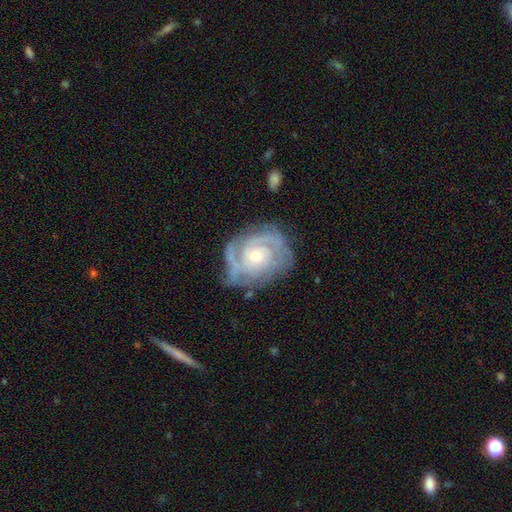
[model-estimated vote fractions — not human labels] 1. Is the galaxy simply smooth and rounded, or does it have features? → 87% featured or disk, 7% smooth, 6% star or artifact.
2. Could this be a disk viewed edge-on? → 97% no, 3% yes.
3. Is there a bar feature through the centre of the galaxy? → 75% no, 20% weak, 5% strong.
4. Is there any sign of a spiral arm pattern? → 96% yes, 4% no.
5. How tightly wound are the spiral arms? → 68% tight, 27% medium, 5% loose.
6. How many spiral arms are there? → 29% 2, 28% 3, 24% can't tell, 9% 4, 5% 1, 5% more than 4.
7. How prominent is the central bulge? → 51% small, 45% moderate, 2% large, 1% none, 1% dominant.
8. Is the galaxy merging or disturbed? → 66% none, 21% minor disturbance, 9% major disturbance, 3% merger.